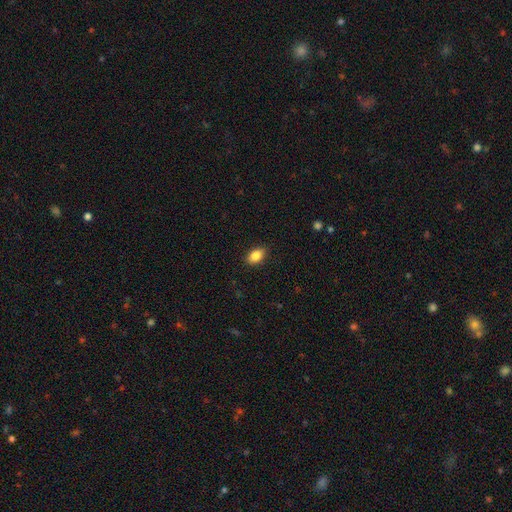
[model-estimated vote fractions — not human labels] Morphology: type=smooth (87%); roundness=in between (89%); merging=none (88%).